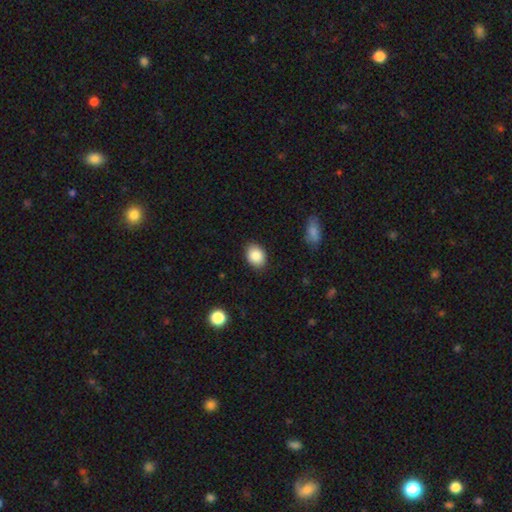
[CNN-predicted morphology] smooth 87%, star or artifact 8%, featured or disk 5%. Down the decision tree: how rounded — in between (67%); merging — none (87%).